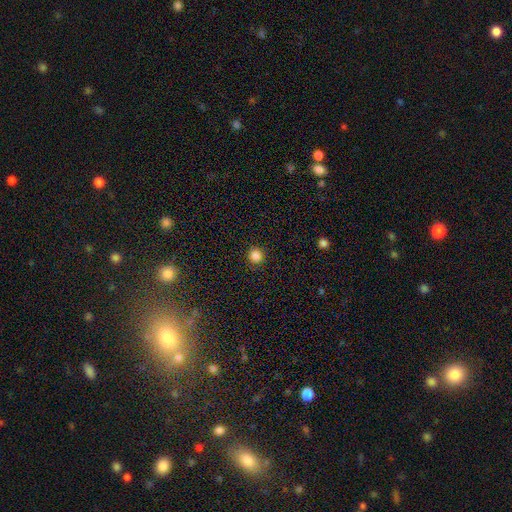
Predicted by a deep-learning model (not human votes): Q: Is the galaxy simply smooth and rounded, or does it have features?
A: smooth — 85%.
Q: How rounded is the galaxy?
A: round — 94%.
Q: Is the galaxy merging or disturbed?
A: none — 92%.